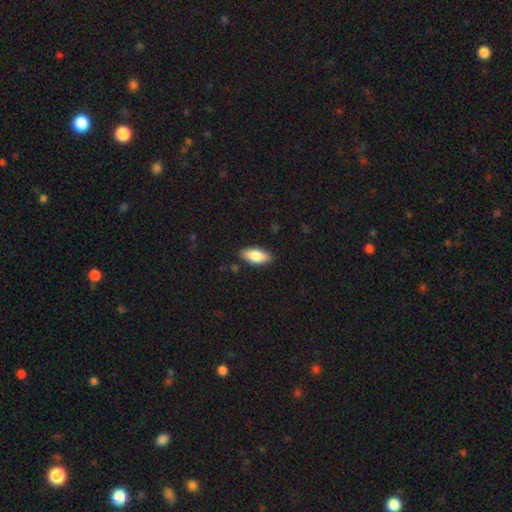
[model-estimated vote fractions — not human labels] smooth_or_featured: smooth (p=0.79) [alt: featured or disk p=0.14]
how_rounded: in between (p=0.86) [alt: cigar-shaped p=0.12]
merging: none (p=0.87) [alt: minor disturbance p=0.10]